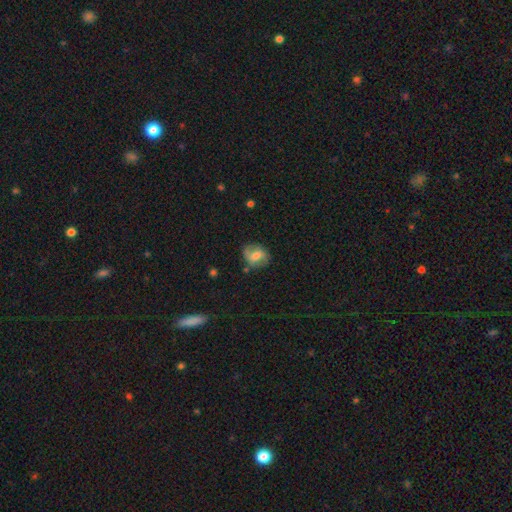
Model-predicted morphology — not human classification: This appears to be a smooth galaxy with no disk features (51%) that is round (56%). Merging: none (65%).